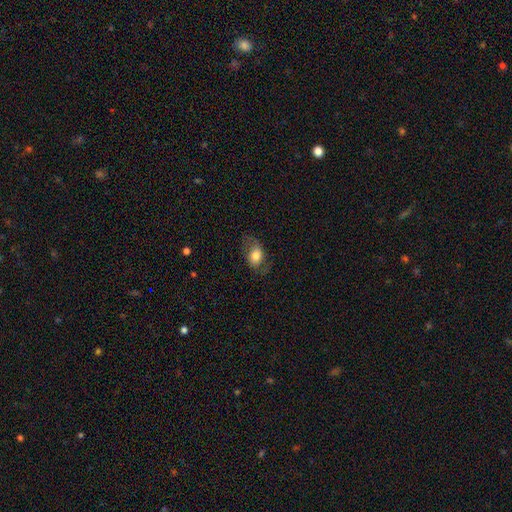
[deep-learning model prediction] Overall: smooth (66%). How rounded: in between (79%). Merging: none (65%).